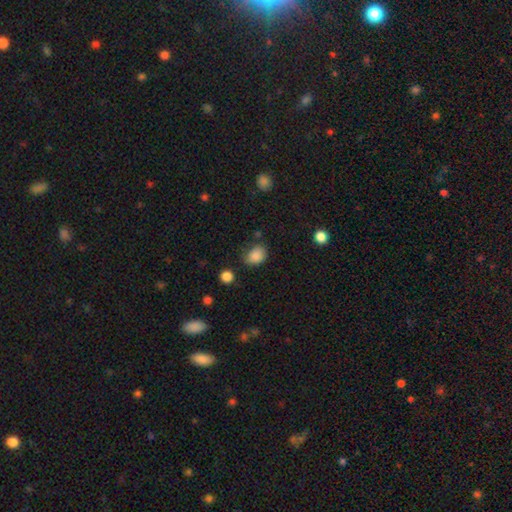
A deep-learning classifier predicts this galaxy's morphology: smooth_or_featured: smooth (p=0.85) [alt: star or artifact p=0.10]
how_rounded: in between (p=0.61) [alt: round p=0.38]
merging: none (p=0.66) [alt: minor disturbance p=0.24]